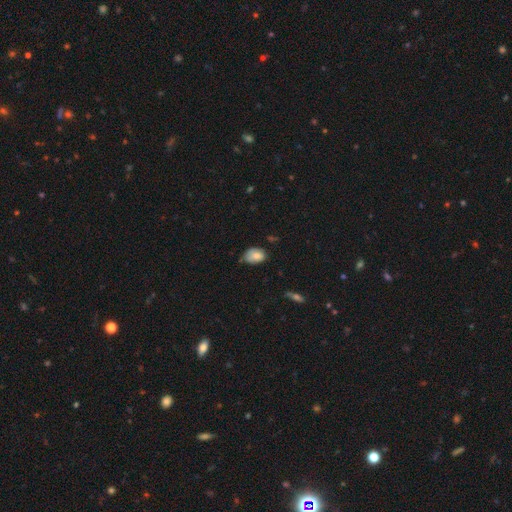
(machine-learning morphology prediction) type=smooth (79%); roundness=in between (82%); merging=none (47%).